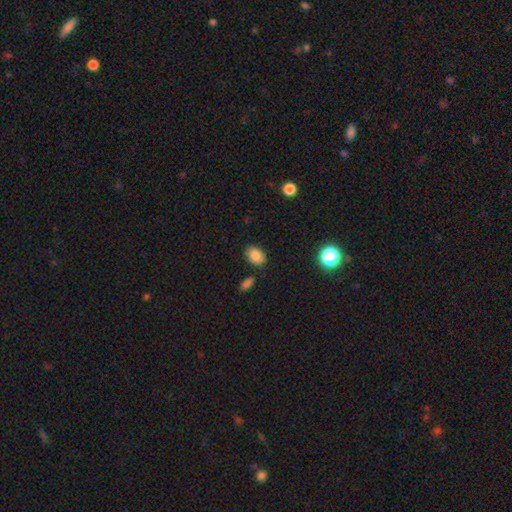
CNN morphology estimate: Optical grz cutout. It shows a smooth galaxy with no disk features (85%) that is in between round and cigar-shaped (82%). Merging: none (80%).